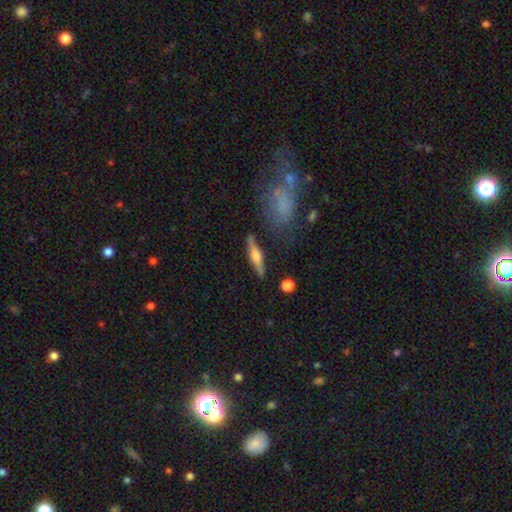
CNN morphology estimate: This appears to be a featured or disk galaxy (61%) viewed edge-on (95%) with a rounded central bulge (89%). Merging: none (83%).